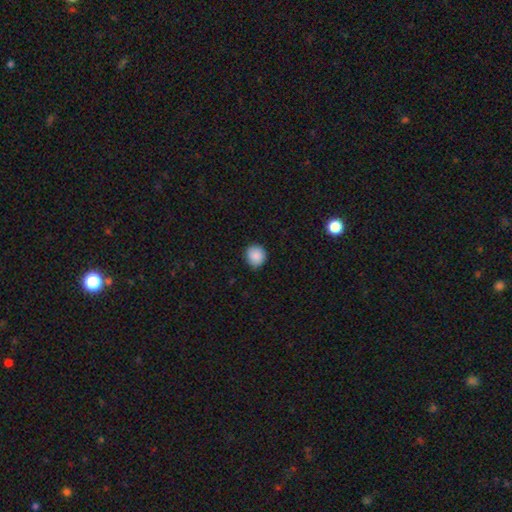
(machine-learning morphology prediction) Smooth or featured: smooth — 88% (star or artifact — 8%)
How rounded: round — 89% (in between — 10%)
Merging: none — 88% (minor disturbance — 9%)